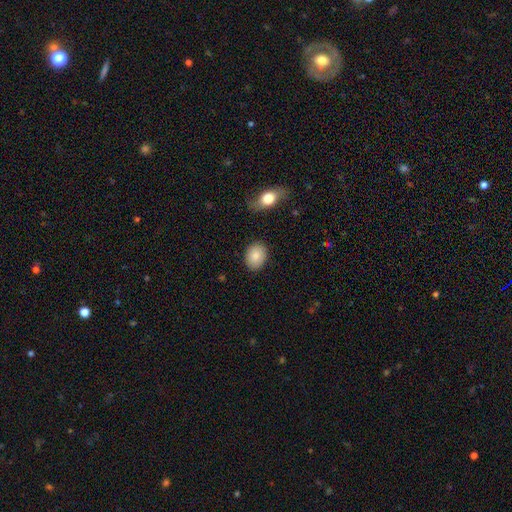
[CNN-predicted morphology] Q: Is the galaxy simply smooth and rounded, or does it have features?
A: smooth — 86%.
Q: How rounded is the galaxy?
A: in between — 64%.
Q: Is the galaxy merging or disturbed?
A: none — 86%.